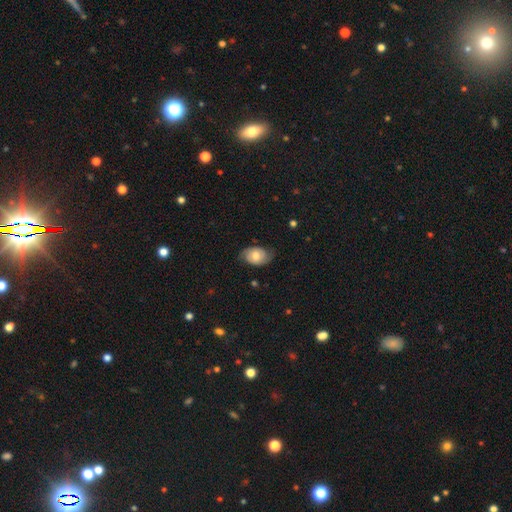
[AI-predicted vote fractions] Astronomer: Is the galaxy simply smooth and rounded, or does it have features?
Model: smooth — 49% (runner-up: featured or disk, 43%).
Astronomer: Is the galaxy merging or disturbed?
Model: none — 70%.